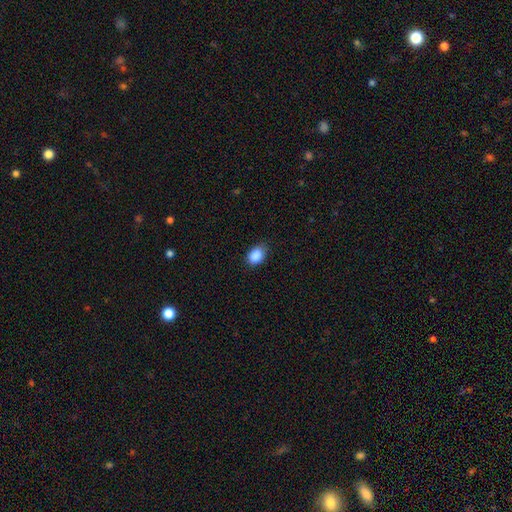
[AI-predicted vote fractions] Smooth or featured? smooth (89%)
How rounded? in between (78%)
Merging? none (78%)